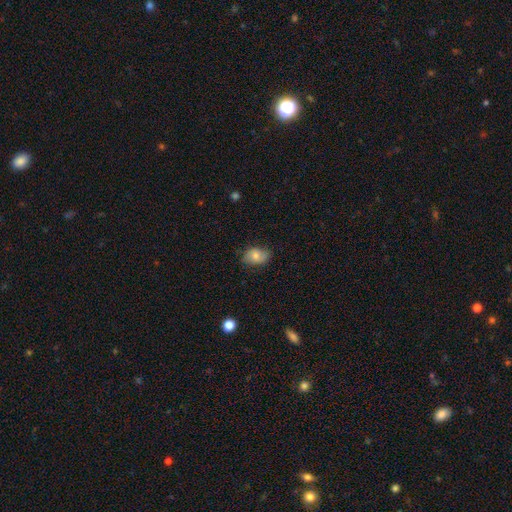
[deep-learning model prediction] A smooth galaxy with no disk features (74%) that is in between round and cigar-shaped (82%). Merging: none (77%).